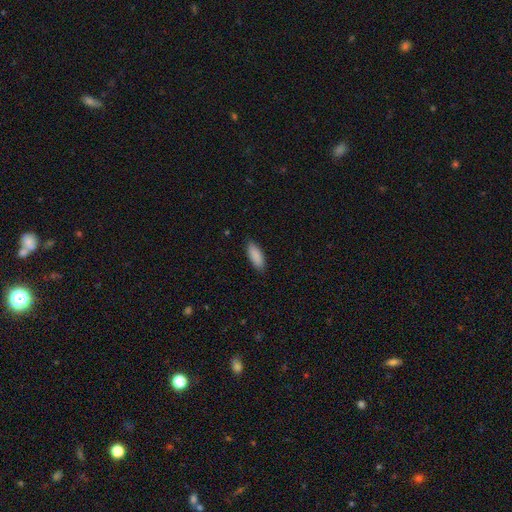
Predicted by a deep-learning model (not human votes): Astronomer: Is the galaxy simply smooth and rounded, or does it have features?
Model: smooth — 89%.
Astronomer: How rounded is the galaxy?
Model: in between — 75%.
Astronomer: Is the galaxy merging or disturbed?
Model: none — 85%.